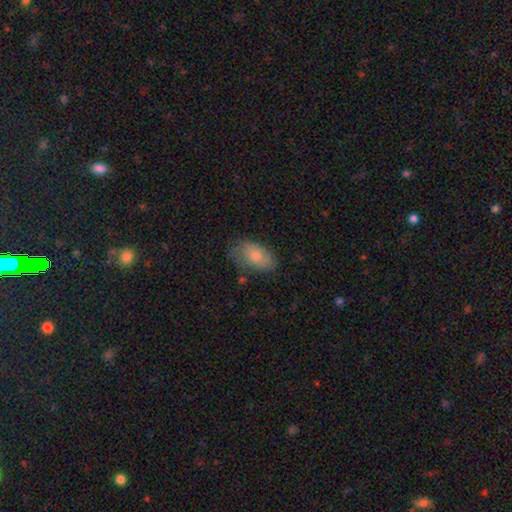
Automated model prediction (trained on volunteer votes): Smooth or featured? Predicted: smooth (p=0.77). How rounded? Predicted: in between (p=0.93). Merging? Predicted: none (p=0.66).